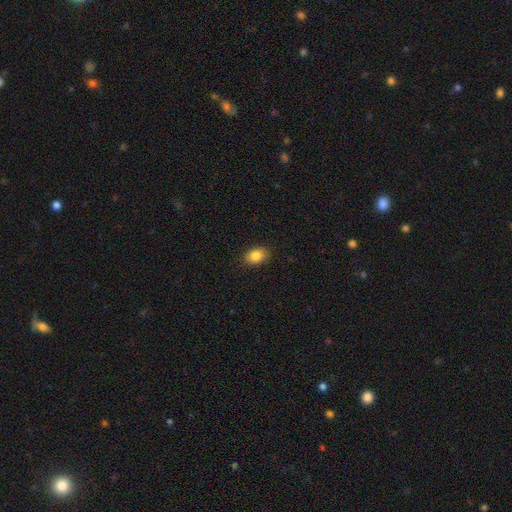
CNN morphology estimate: smooth_or_featured: smooth (p=0.86) [alt: star or artifact p=0.09]
how_rounded: in between (p=0.74) [alt: round p=0.24]
merging: none (p=0.88) [alt: minor disturbance p=0.09]